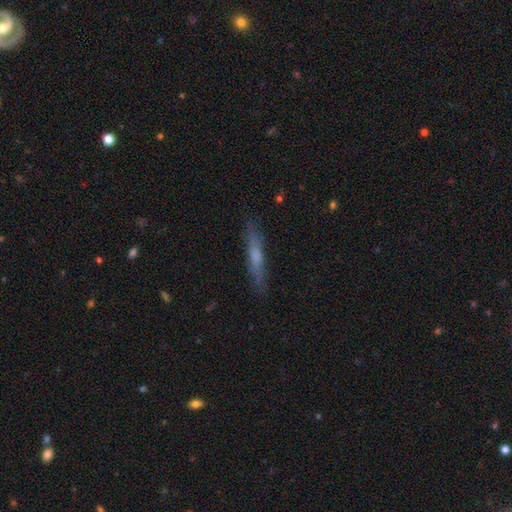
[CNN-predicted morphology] smooth_or_featured: smooth (p=0.48) [alt: featured or disk p=0.44]
merging: none (p=0.84) [alt: minor disturbance p=0.12]